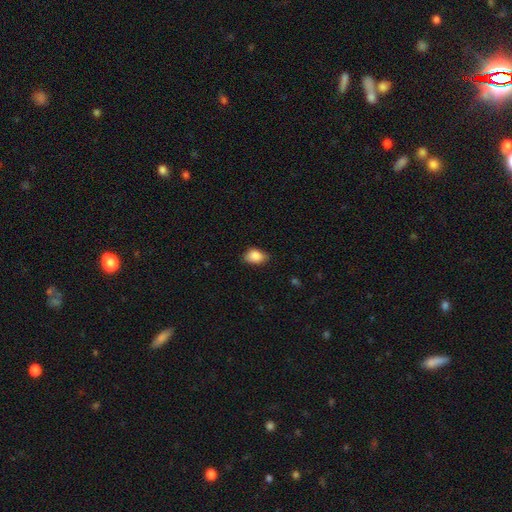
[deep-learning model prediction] This appears to be a smooth galaxy with no disk features (86%) that is in between round and cigar-shaped (78%). Merging: none (70%).